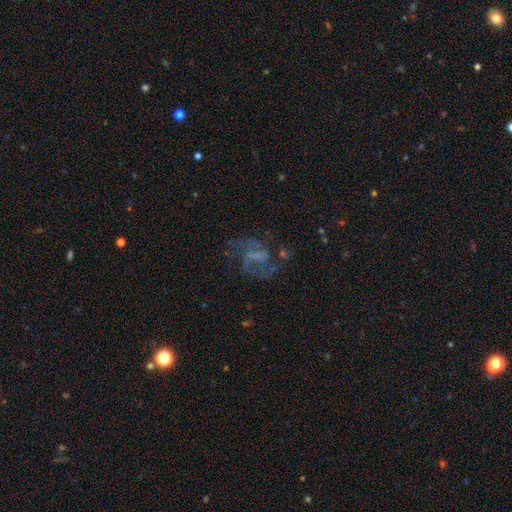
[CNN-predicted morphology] type=featured or disk (74%); edge-on=no (97%); bar=weak (46%); spiral arms=yes (87%); winding=medium (50%); arm count=2 (71%); bulge=none (61%); merging=none (56%).